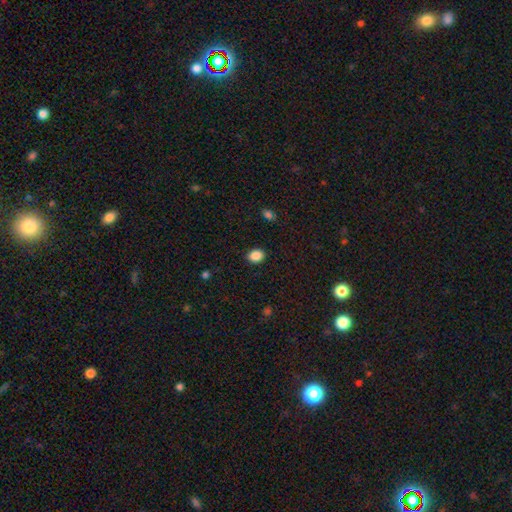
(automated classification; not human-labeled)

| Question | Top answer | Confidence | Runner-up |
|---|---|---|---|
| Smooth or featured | smooth | 88% | star or artifact (9%) |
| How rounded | in between | 58% | round (41%) |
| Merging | none | 89% | minor disturbance (8%) |